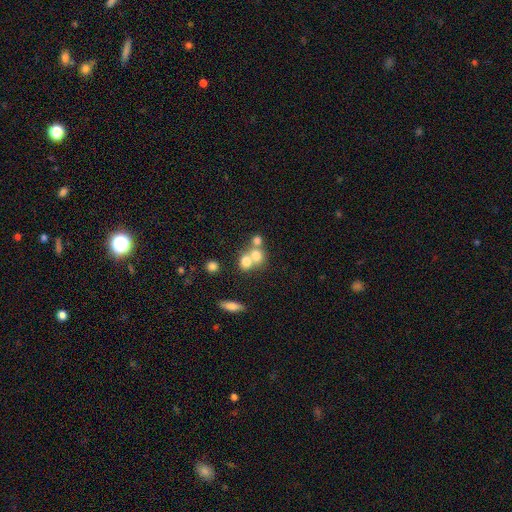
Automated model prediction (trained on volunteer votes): Smooth or featured? smooth (71%)
How rounded? round (73%)
Merging? merger (58%)